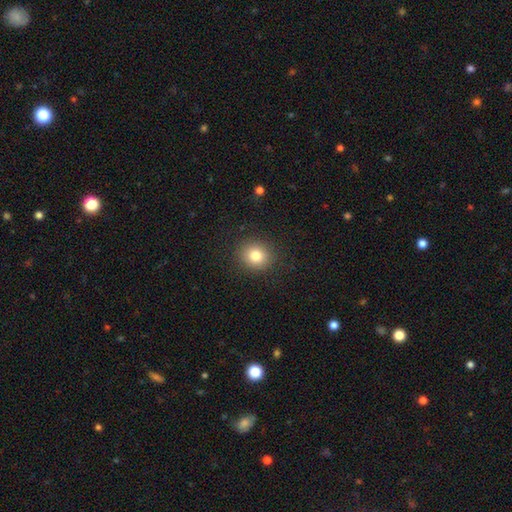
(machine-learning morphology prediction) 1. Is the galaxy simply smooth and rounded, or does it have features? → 80% smooth, 11% star or artifact, 8% featured or disk.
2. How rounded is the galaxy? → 82% round, 17% in between, 1% cigar-shaped.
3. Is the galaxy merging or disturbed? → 90% none, 7% minor disturbance, 3% major disturbance, 1% merger.